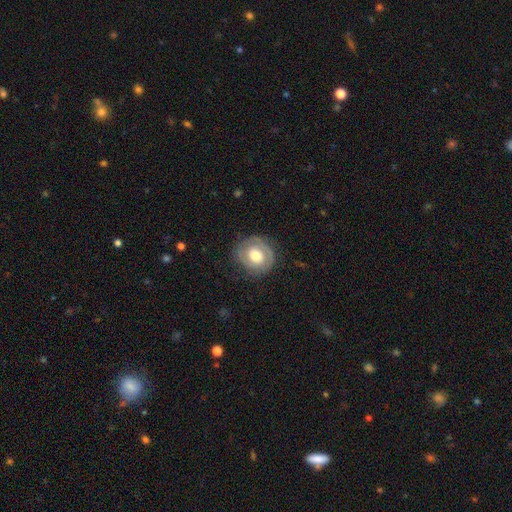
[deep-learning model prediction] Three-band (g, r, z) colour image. It shows a featured or disk galaxy (57%) with no bar (70%), spiral arms (67%) and a moderate central bulge (58%). Merging: none (78%).